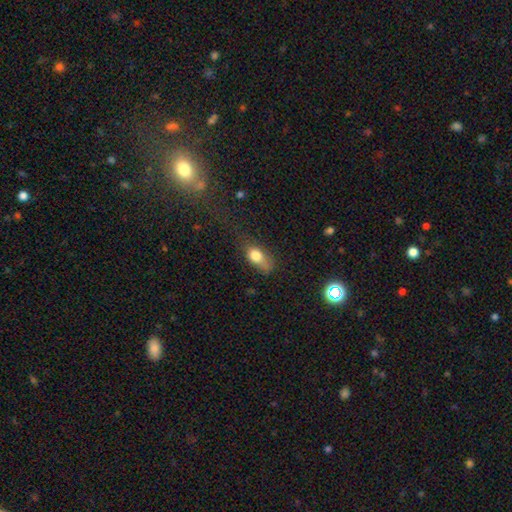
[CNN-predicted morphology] Smooth or featured: smooth — 78% (featured or disk — 13%)
How rounded: in between — 79% (round — 14%)
Merging: none — 46% (minor disturbance — 32%)